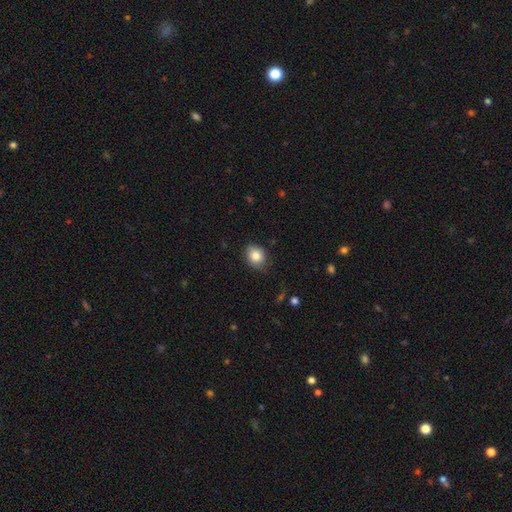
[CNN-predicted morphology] A smooth galaxy with no disk features (84%) that is round (54%).

Vote fractions:
- Smooth or featured? smooth: 84% / star or artifact: 9% / featured or disk: 8%
- How rounded? round: 54% / in between: 45% / cigar-shaped: 1%
- Merging? none: 78% / minor disturbance: 17% / major disturbance: 3% / merger: 1%